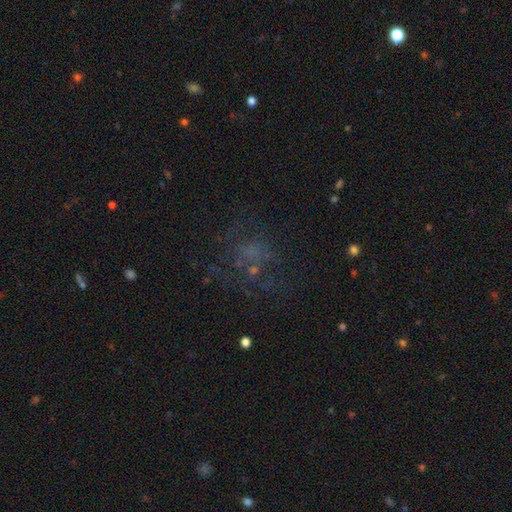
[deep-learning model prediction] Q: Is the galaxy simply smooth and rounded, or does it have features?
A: star or artifact — 41%.